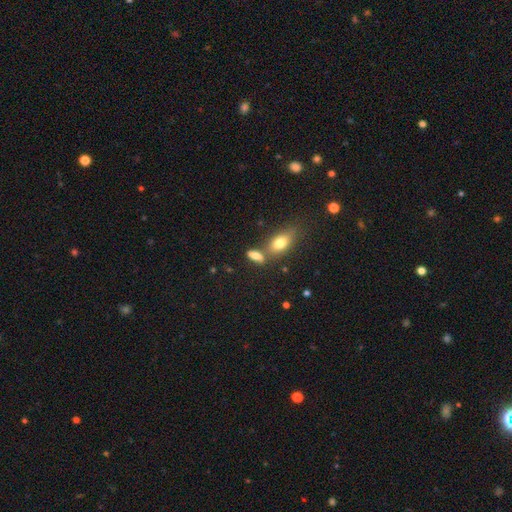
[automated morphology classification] Smooth or featured? Predicted: smooth (p=0.75). How rounded? Predicted: in between (p=0.73). Merging? Predicted: none (p=0.55).